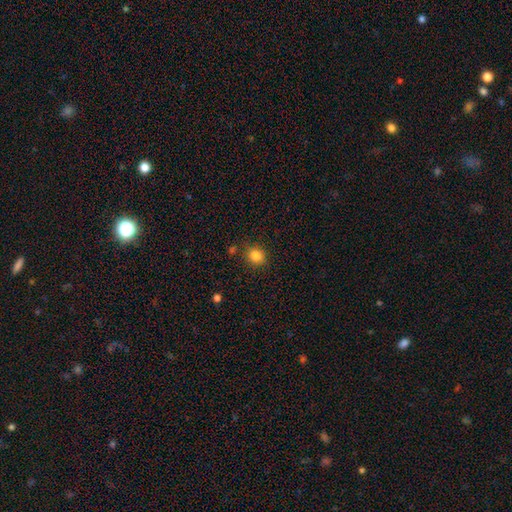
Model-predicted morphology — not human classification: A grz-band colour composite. It shows a smooth galaxy with no disk features (84%) that is round (78%). Merging: none (84%).